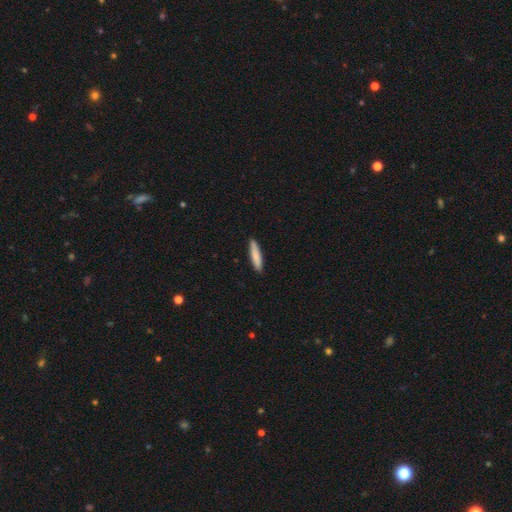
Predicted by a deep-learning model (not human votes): This is clearly a smooth galaxy (82%). How rounded: clearly cigar-shaped (86%). Merging: clearly none (91%).